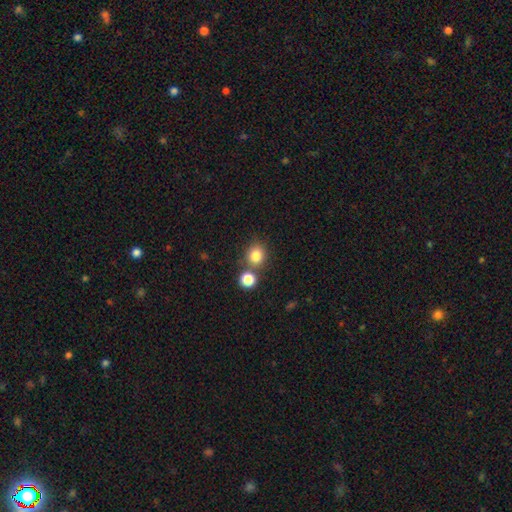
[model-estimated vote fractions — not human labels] A smooth galaxy with no disk features (82%) that is round (83%).

Vote fractions:
- Smooth or featured? smooth: 82% / star or artifact: 12% / featured or disk: 6%
- How rounded? round: 83% / in between: 16% / cigar-shaped: 1%
- Merging? none: 70% / merger: 19% / minor disturbance: 9% / major disturbance: 3%